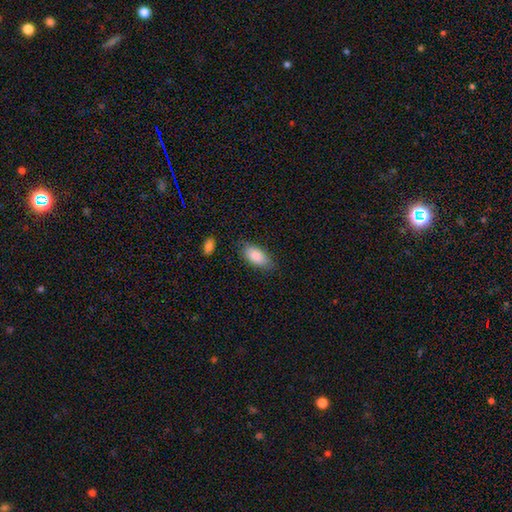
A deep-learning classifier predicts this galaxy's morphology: This is clearly a smooth galaxy (85%). How rounded: clearly in between (89%). Merging: likely none (80%).